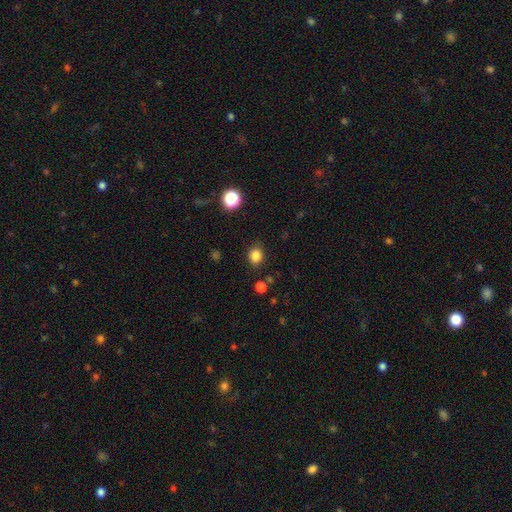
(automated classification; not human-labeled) smooth_or_featured: smooth (p=0.83) [alt: star or artifact p=0.13]
how_rounded: round (p=0.67) [alt: in between p=0.32]
merging: none (p=0.85) [alt: minor disturbance p=0.10]